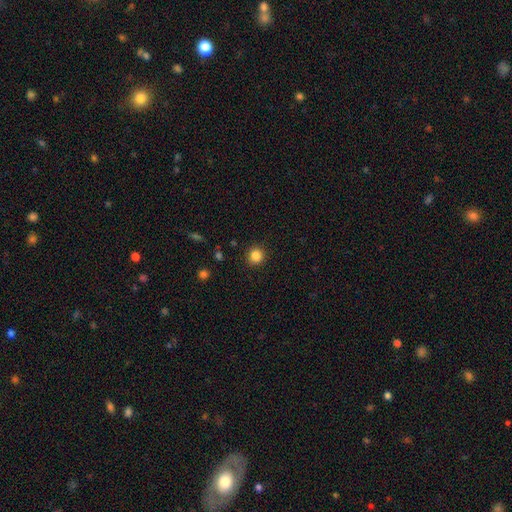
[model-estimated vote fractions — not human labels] smooth-or-featured: smooth: 85% | star or artifact: 11% | featured or disk: 4%
  how-rounded: round: 92% | in between: 7% | cigar-shaped: 1%
  merging: none: 90% | minor disturbance: 6% | major disturbance: 2% | merger: 1%